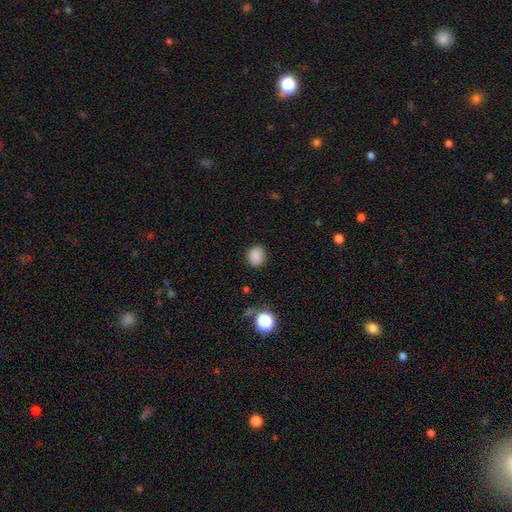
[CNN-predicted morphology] smooth_or_featured: smooth (p=0.86) [alt: star or artifact p=0.11]
how_rounded: round (p=0.74) [alt: in between p=0.25]
merging: none (p=0.87) [alt: minor disturbance p=0.10]